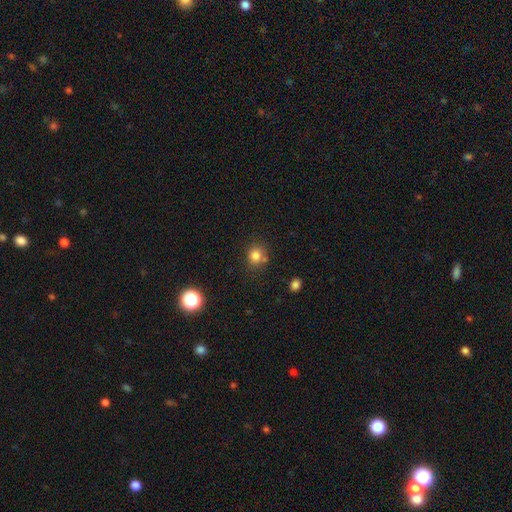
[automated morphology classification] smooth-or-featured: smooth: 81% | star or artifact: 13% | featured or disk: 6%
  how-rounded: round: 82% | in between: 17% | cigar-shaped: 1%
  merging: none: 69% | minor disturbance: 14% | merger: 12% | major disturbance: 4%